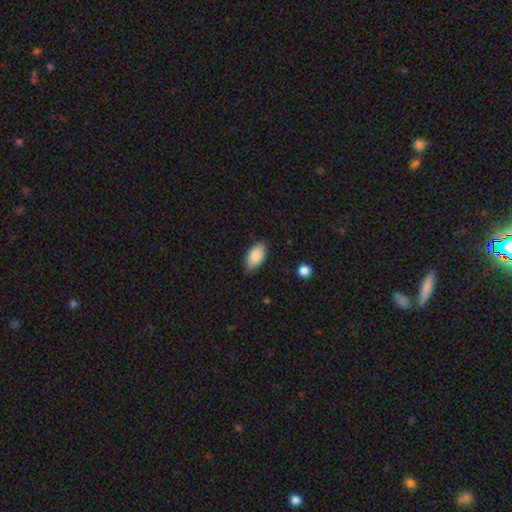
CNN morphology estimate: A smooth galaxy with no disk features (88%) that is in between round and cigar-shaped (94%). Merging: none (79%).